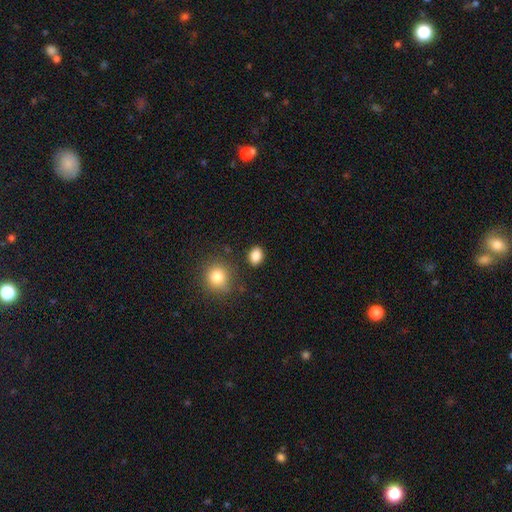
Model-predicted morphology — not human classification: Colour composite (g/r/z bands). It shows a smooth galaxy with no disk features (87%) that is in between round and cigar-shaped (65%). Merging: none (84%).